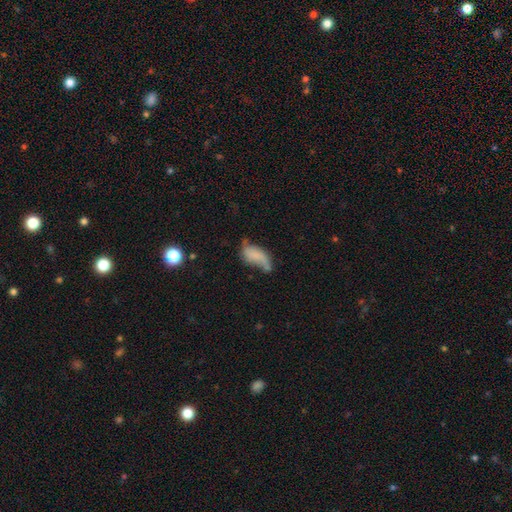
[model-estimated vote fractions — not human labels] Smooth or featured?
  - smooth: 61% *
  - featured or disk: 28%
  - star or artifact: 11%
How rounded?
  - in between: 86% *
  - cigar-shaped: 10%
  - round: 4%
Merging?
  - none: 32% * (tied)
  - minor disturbance: 32% * (tied)
  - major disturbance: 25%
  - merger: 11%